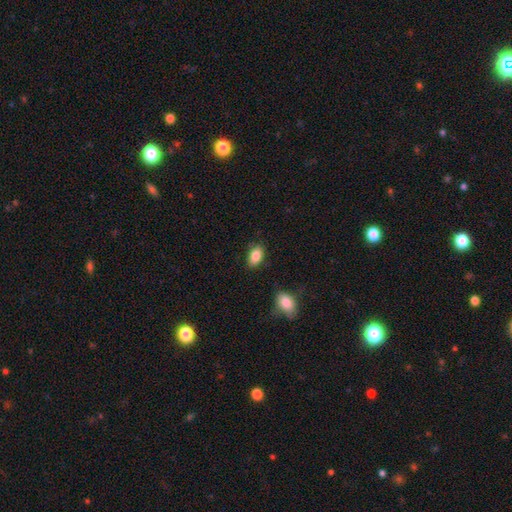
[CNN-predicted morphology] Smooth or featured? smooth (85%)
How rounded? in between (90%)
Merging? none (83%)